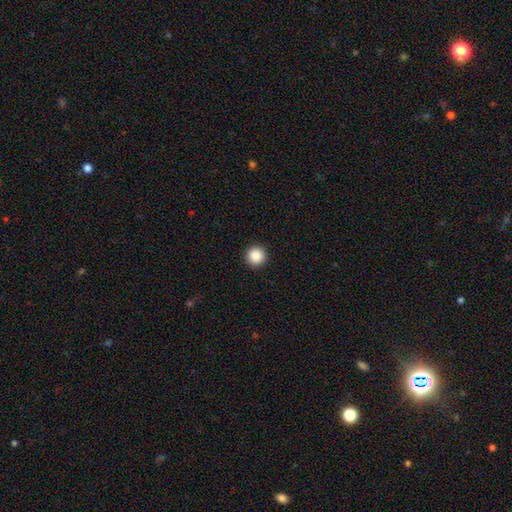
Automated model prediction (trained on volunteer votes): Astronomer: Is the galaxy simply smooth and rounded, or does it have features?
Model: smooth — 88%.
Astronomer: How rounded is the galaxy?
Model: round — 96%.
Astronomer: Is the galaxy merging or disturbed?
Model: none — 94%.